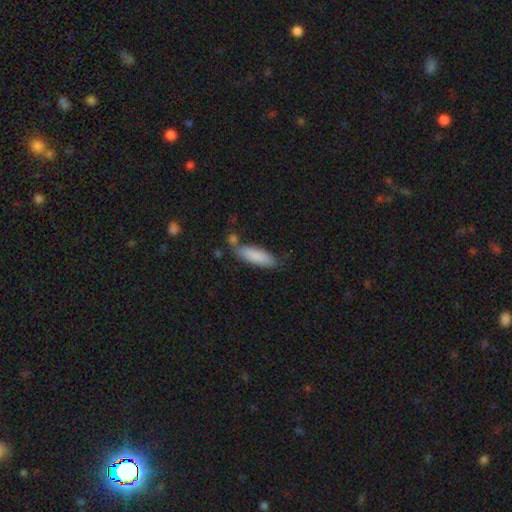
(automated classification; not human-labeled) Smooth or featured? smooth (84%)
How rounded? cigar-shaped (53%)
Merging? none (67%)